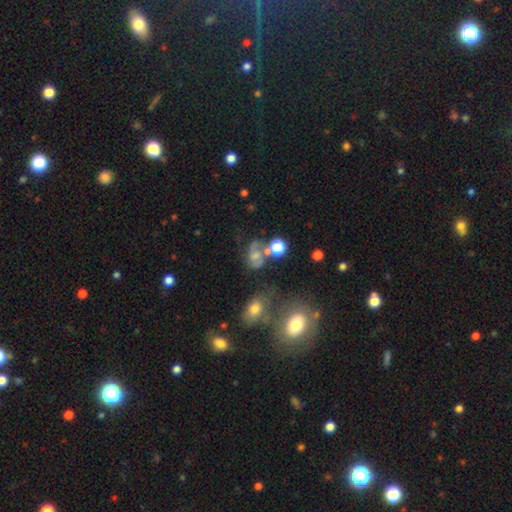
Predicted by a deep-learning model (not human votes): A featured or disk galaxy (45%). Merging: none (39%).